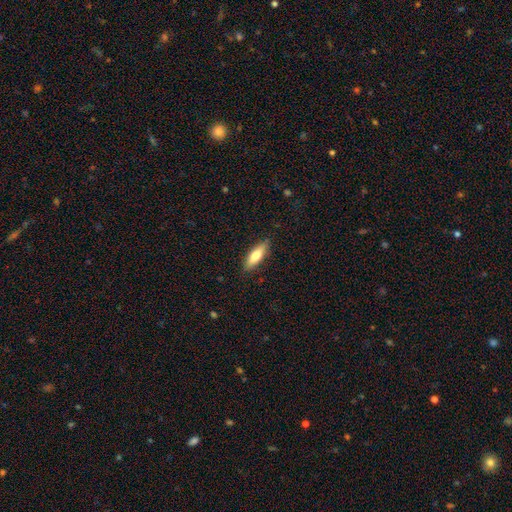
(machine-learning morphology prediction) This appears to be a smooth galaxy with no disk features (77%) that is in between round and cigar-shaped (52%). Merging: none (86%).